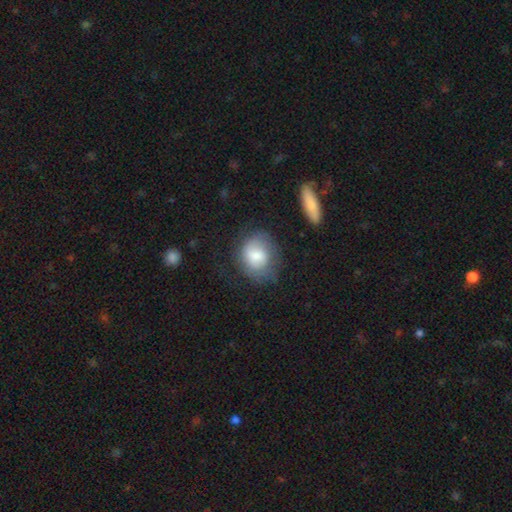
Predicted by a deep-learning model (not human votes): Smooth or featured? smooth (67%)
How rounded? round (62%)
Merging? none (60%)